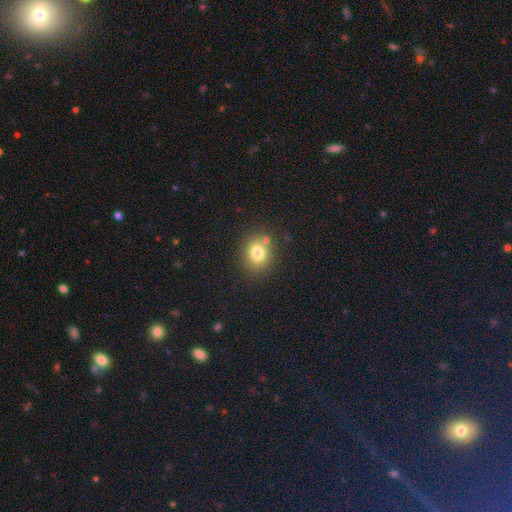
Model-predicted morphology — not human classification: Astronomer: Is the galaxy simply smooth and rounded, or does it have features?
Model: smooth — 80%.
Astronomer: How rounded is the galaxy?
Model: round — 70%.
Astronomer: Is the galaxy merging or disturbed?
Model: none — 78%.